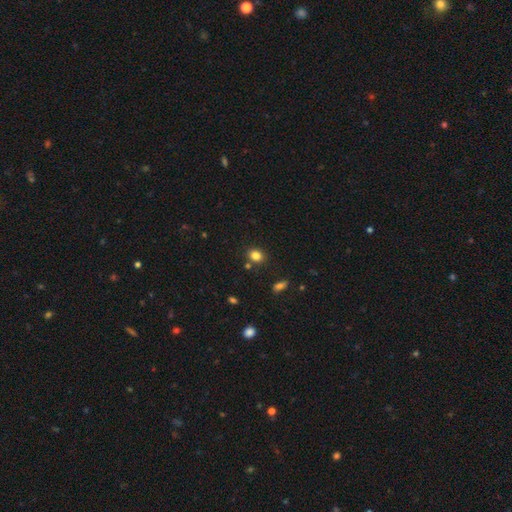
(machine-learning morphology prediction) This appears to be a smooth galaxy with no disk features (82%) that is round (57%). Merging: none (81%).